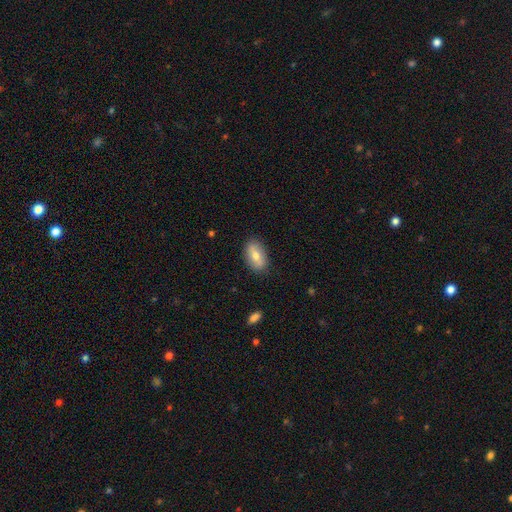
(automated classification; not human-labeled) Morphology: type=smooth (69%); roundness=in between (90%); merging=none (86%).